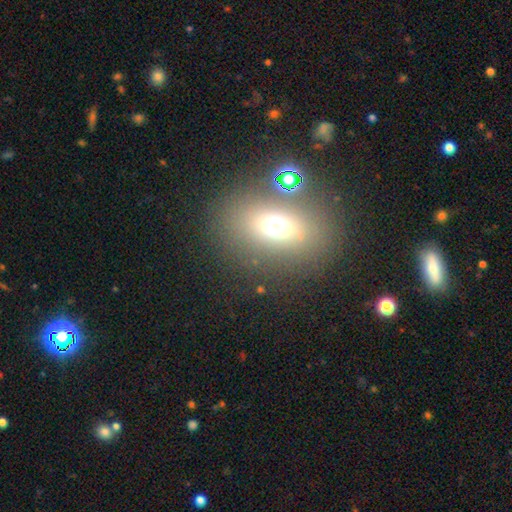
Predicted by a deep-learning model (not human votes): Morphology: type=smooth (65%); roundness=in between (74%); merging=none (78%).